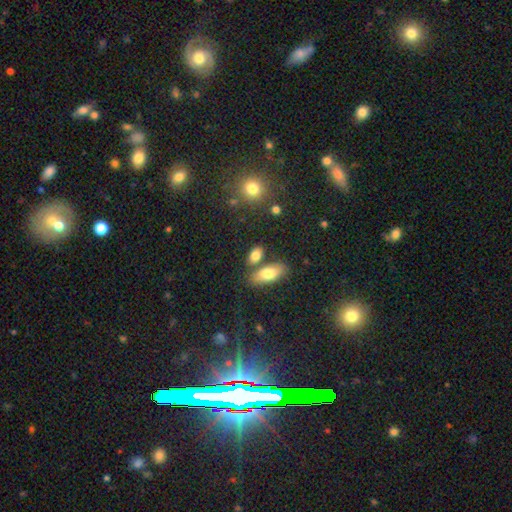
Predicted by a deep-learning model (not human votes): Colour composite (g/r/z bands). It shows a smooth galaxy with no disk features (81%) that is in between round and cigar-shaped (83%). Merging: none (68%).